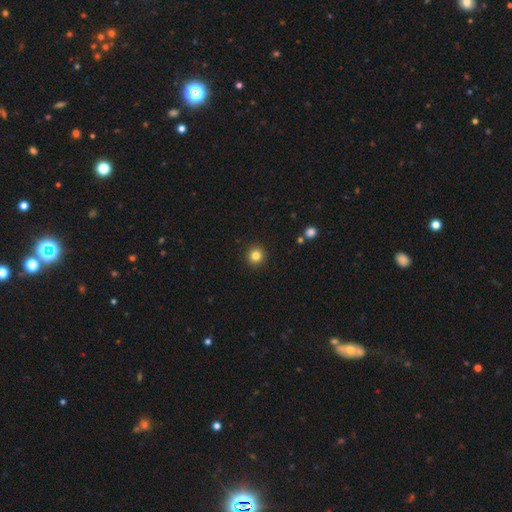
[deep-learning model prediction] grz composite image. It shows a smooth galaxy with no disk features (82%) that is round (94%). Merging: none (92%).